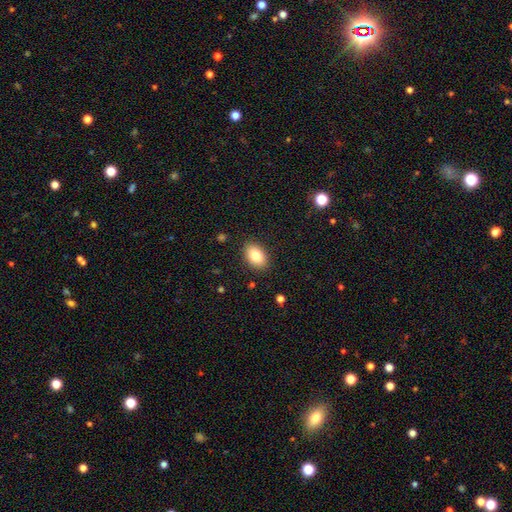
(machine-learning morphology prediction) Smooth or featured?
  - smooth: 82% *
  - featured or disk: 10%
  - star or artifact: 8%
How rounded?
  - in between: 87% *
  - round: 12%
  - cigar-shaped: 1%
Merging?
  - none: 88% *
  - minor disturbance: 9%
  - major disturbance: 2%
  - merger: 1%